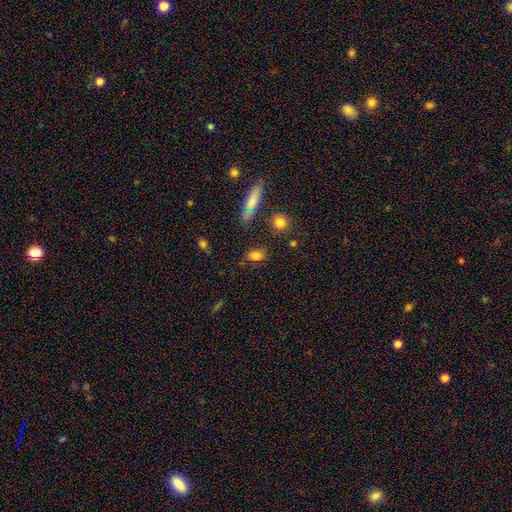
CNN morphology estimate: Overall: smooth (79%). How rounded: in between (72%). Merging: none (78%).